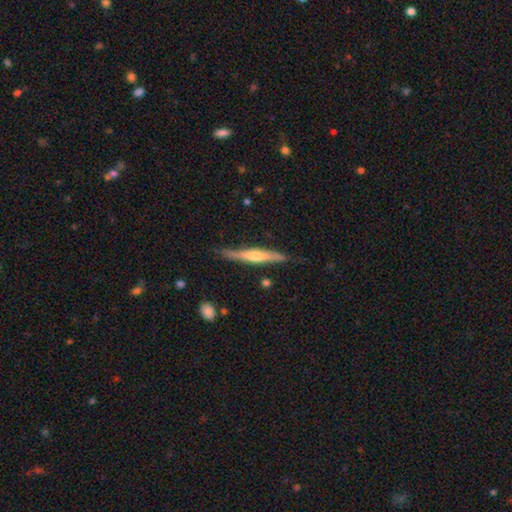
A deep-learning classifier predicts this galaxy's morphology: Smooth or featured: featured or disk — 66% (smooth — 29%)
Edge-on disk: yes — 95% (no — 5%)
Edge-on bulge: rounded — 77% (none — 15%)
Merging: none — 80% (minor disturbance — 15%)